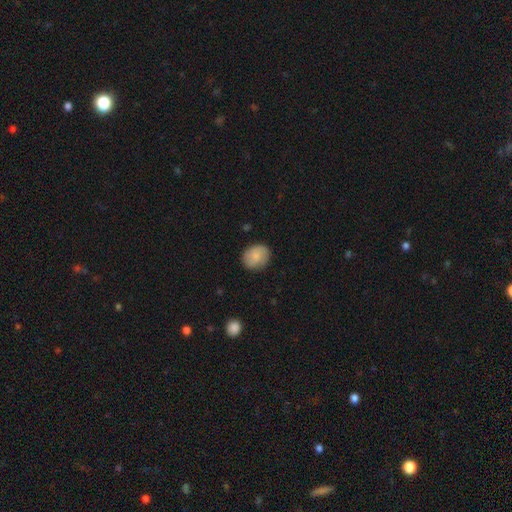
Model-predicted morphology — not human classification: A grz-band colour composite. It shows a smooth galaxy with no disk features (76%) that is round (64%). Merging: none (82%).